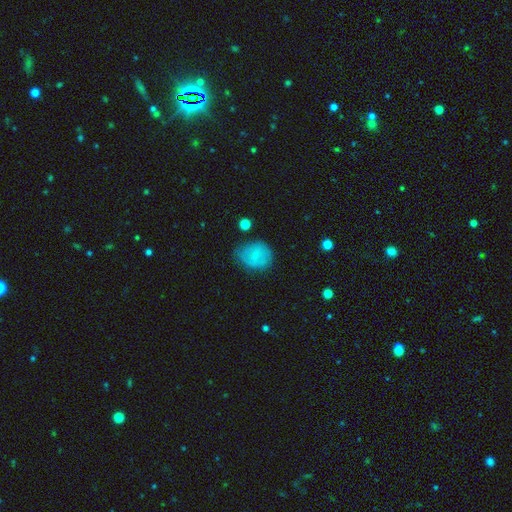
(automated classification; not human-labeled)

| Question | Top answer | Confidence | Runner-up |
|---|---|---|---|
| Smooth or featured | smooth | 69% | featured or disk (22%) |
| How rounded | round | 59% | in between (40%) |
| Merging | none | 57% | minor disturbance (31%) |